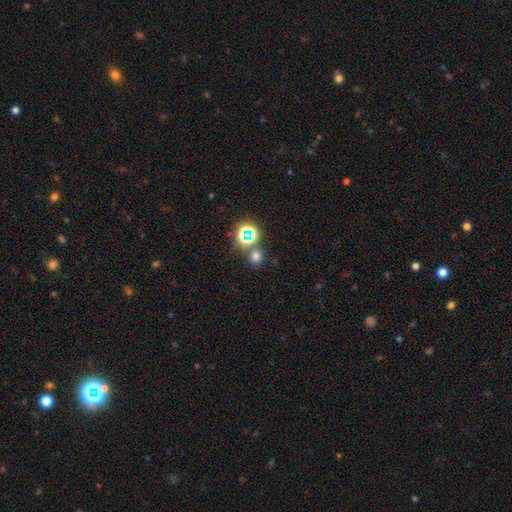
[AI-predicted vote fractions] Overall: smooth (65%; star or artifact 29%). How rounded: round (87%). Merging: none (73%).